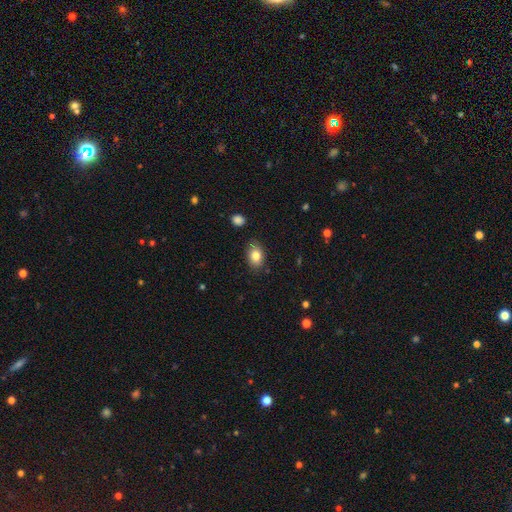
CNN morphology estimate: A smooth galaxy with no disk features (82%) that is in between round and cigar-shaped (81%).

Vote fractions:
- Smooth or featured? smooth: 82% / featured or disk: 9% / star or artifact: 9%
- How rounded? in between: 81% / round: 18% / cigar-shaped: 1%
- Merging? none: 81% / minor disturbance: 14% / major disturbance: 3% / merger: 2%